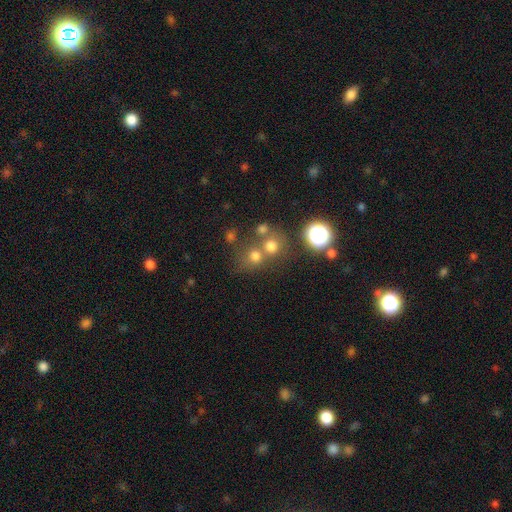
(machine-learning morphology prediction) This is likely a smooth galaxy (61%). How rounded: clearly round (84%). Merging: possibly none (54%).